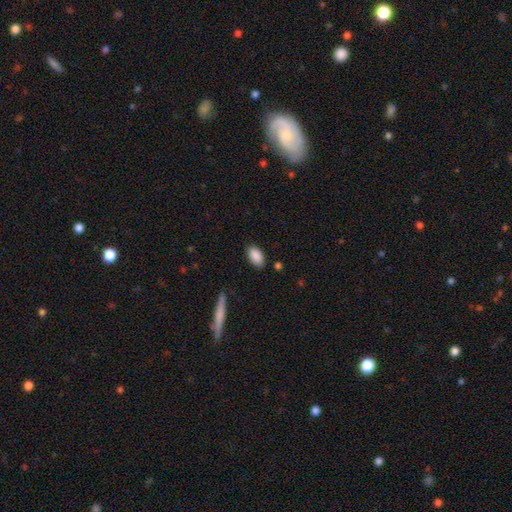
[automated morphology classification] Smooth or featured?
  - smooth: 89% *
  - star or artifact: 7%
  - featured or disk: 4%
How rounded?
  - in between: 94% *
  - round: 4%
  - cigar-shaped: 3%
Merging?
  - none: 84% *
  - minor disturbance: 11%
  - major disturbance: 3%
  - merger: 2%